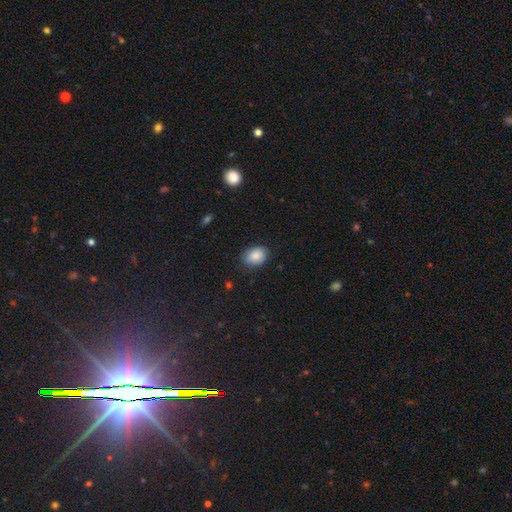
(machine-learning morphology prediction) type=smooth (85%); roundness=in between (68%); merging=none (82%).